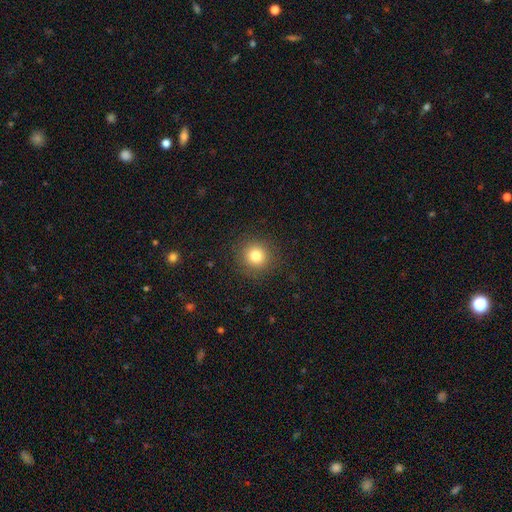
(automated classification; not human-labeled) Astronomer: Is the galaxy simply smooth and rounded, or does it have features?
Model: smooth — 81%.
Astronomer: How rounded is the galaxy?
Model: round — 93%.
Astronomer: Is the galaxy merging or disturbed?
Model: none — 90%.